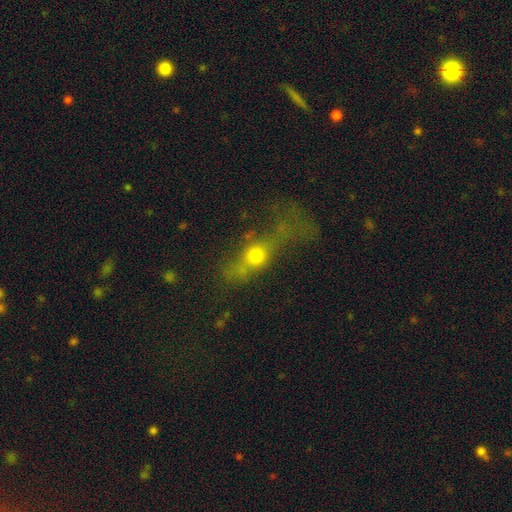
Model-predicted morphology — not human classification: smooth 56%, featured or disk 25%, star or artifact 19%. Down the decision tree: how rounded — in between (38%); merging — major disturbance (34%).